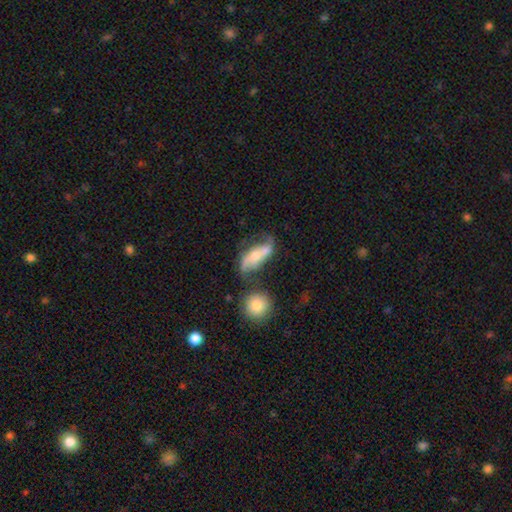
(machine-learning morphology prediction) Smooth or featured?
  - featured or disk: 66% *
  - smooth: 26%
  - star or artifact: 7%
Edge-on disk?
  - no: 87% *
  - yes: 13%
Bar?
  - no: 52% *
  - weak: 28%
  - strong: 20%
Spiral arms?
  - yes: 79% *
  - no: 21%
Bulge size?
  - moderate: 56% *
  - small: 33%
  - large: 6%
  - none: 3%
  - dominant: 2%
Merging?
  - none: 41% *
  - merger: 21%
  - minor disturbance: 20%
  - major disturbance: 18%